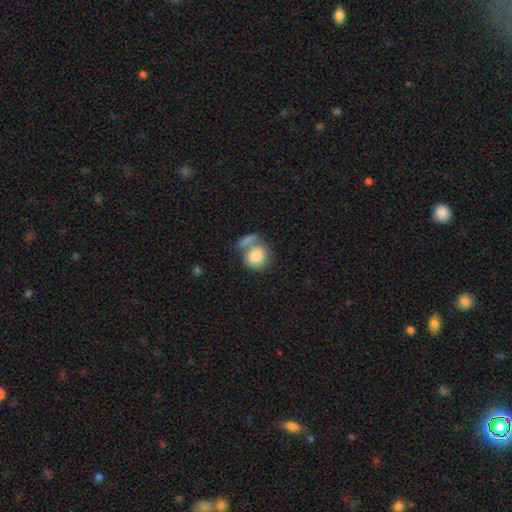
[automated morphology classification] The model was most divided on "merging": merger: 44%, none: 36%, minor disturbance: 12%, major disturbance: 8%. More confident: smooth or featured — smooth (83%); how rounded — round (60%).